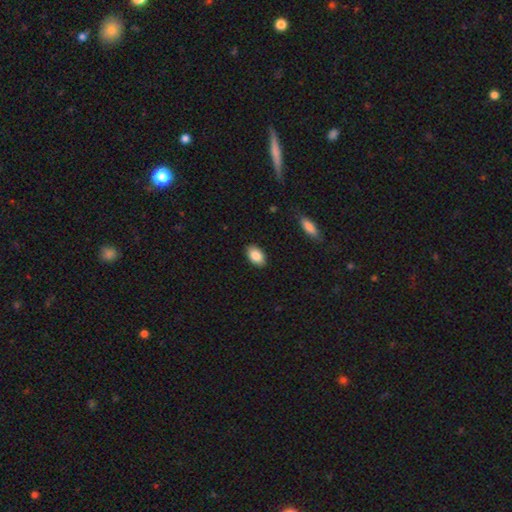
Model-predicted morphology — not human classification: A smooth galaxy with no disk features (87%) that is in between round and cigar-shaped (91%).

Vote fractions:
- Smooth or featured? smooth: 87% / star or artifact: 7% / featured or disk: 6%
- How rounded? in between: 91% / round: 7% / cigar-shaped: 2%
- Merging? none: 88% / minor disturbance: 9% / major disturbance: 2% / merger: 1%